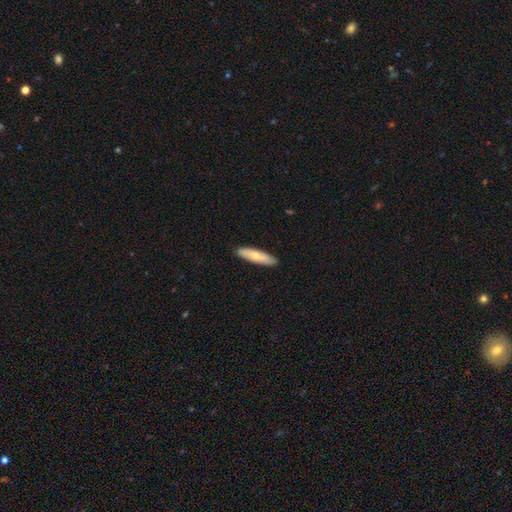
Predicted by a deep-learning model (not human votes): smooth 68%, featured or disk 26%, star or artifact 5%. Down the decision tree: how rounded — cigar-shaped (75%); merging — none (90%).